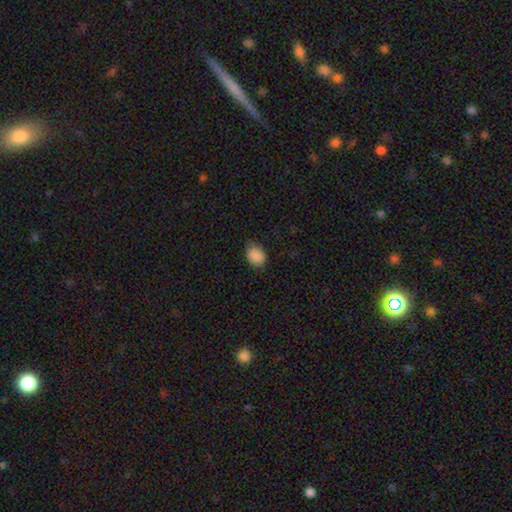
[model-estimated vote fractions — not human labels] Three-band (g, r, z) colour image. It shows a smooth galaxy with no disk features (88%) that is in between round and cigar-shaped (66%). Merging: none (71%).